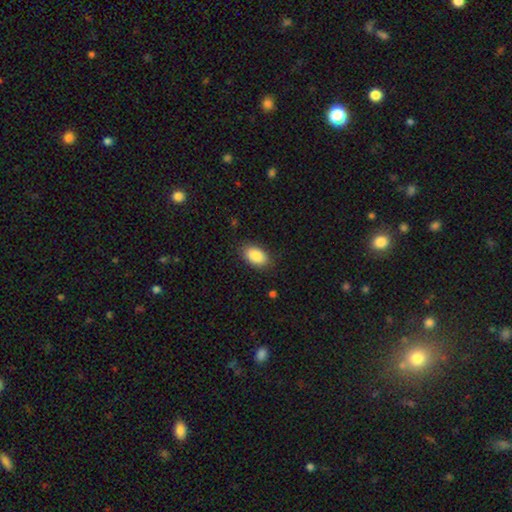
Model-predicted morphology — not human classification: A smooth galaxy with no disk features (88%) that is in between round and cigar-shaped (92%).

Vote fractions:
- Smooth or featured? smooth: 88% / star or artifact: 7% / featured or disk: 5%
- How rounded? in between: 92% / round: 6% / cigar-shaped: 1%
- Merging? none: 86% / minor disturbance: 11% / major disturbance: 3% / merger: 1%